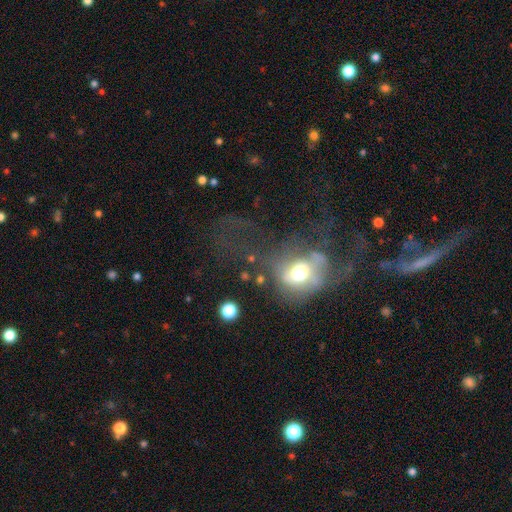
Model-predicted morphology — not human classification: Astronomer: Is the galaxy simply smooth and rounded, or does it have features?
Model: smooth — 36% (runner-up: featured or disk, 33%).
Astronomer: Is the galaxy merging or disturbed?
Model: major disturbance — 49%.